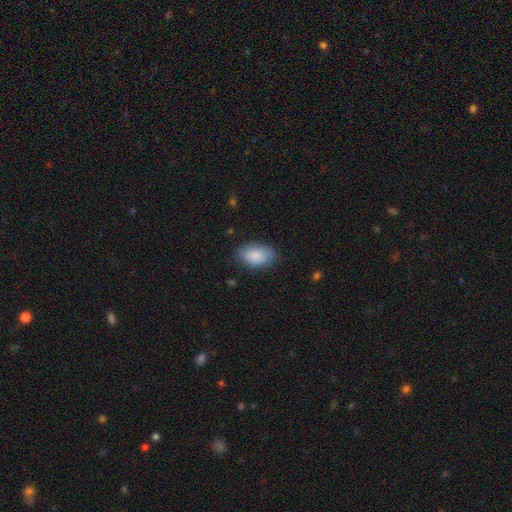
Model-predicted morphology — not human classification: Smooth or featured?
  - smooth: 86% *
  - featured or disk: 8%
  - star or artifact: 6%
How rounded?
  - in between: 89% *
  - round: 9%
  - cigar-shaped: 1%
Merging?
  - none: 80% *
  - minor disturbance: 16%
  - major disturbance: 4%
  - merger: 1%